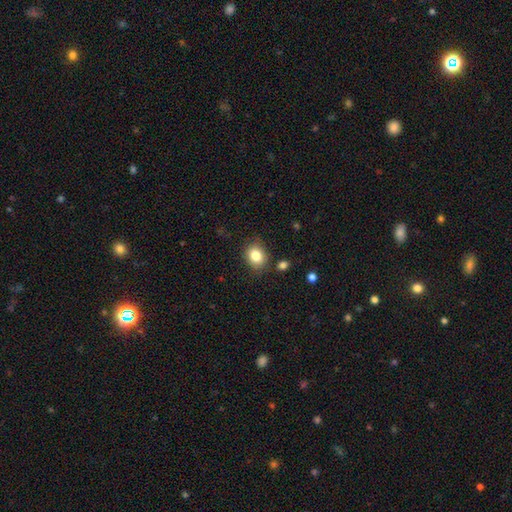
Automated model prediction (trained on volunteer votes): smooth-or-featured: smooth: 83% | star or artifact: 10% | featured or disk: 7%
  how-rounded: round: 56% | in between: 44% | cigar-shaped: 1%
  merging: none: 82% | minor disturbance: 12% | major disturbance: 3% | merger: 3%